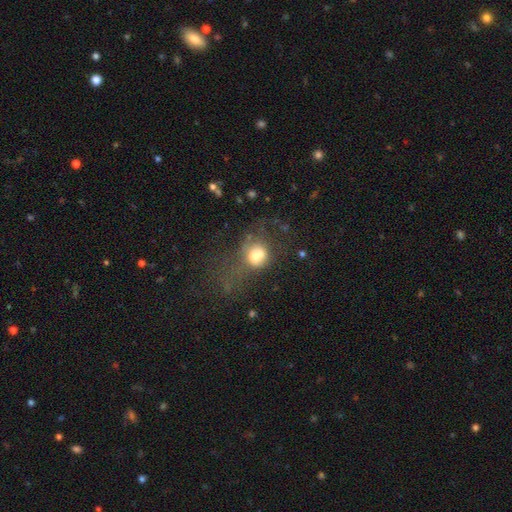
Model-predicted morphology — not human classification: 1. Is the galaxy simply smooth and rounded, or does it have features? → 57% smooth, 27% featured or disk, 16% star or artifact.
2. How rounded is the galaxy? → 58% round, 41% in between, 1% cigar-shaped.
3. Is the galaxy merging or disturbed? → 38% merger, 24% none, 23% major disturbance, 14% minor disturbance.